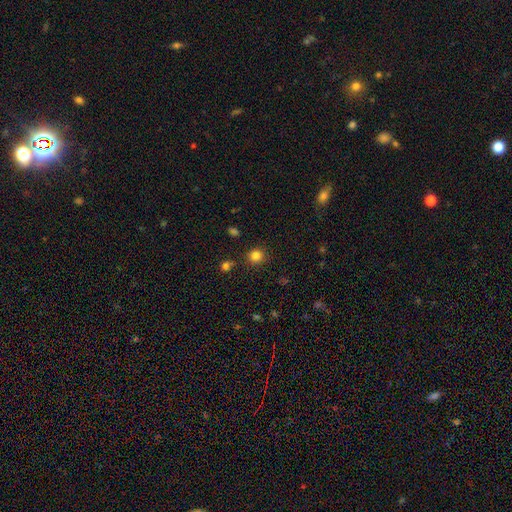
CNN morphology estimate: Q: Smooth or featured?
A: smooth (83%); runner-up: star or artifact (13%)
Q: How rounded?
A: round (91%); runner-up: in between (8%)
Q: Merging?
A: none (86%); runner-up: minor disturbance (8%)